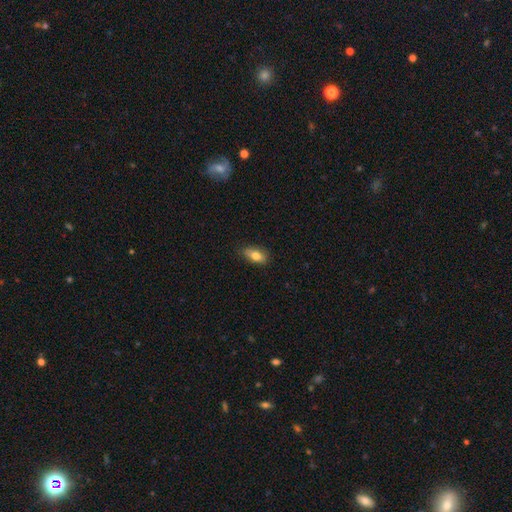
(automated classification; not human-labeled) This appears to be a smooth galaxy with no disk features (77%) that is in between round and cigar-shaped (84%). Merging: none (82%).